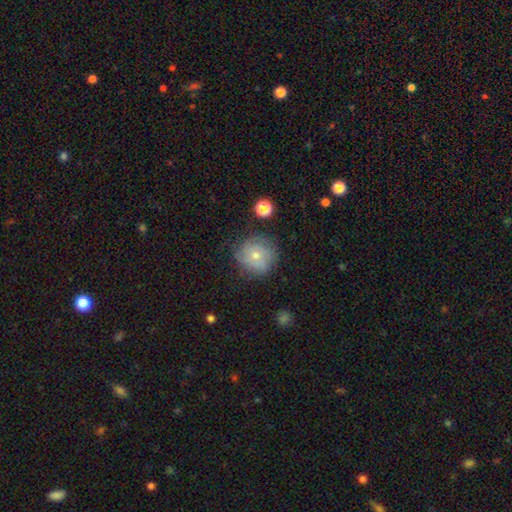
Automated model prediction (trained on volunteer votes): smooth-or-featured: smooth: 46% | featured or disk: 43% | star or artifact: 11%
  merging: none: 76% | minor disturbance: 17% | major disturbance: 5% | merger: 2%